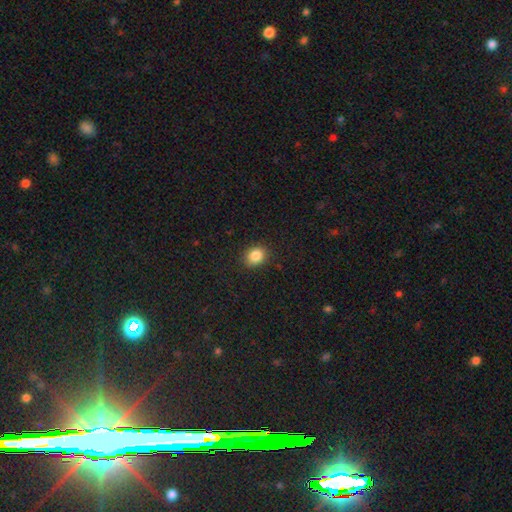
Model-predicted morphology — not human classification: Smooth or featured: smooth — 85% (star or artifact — 10%)
How rounded: round — 57% (in between — 42%)
Merging: none — 88% (minor disturbance — 8%)